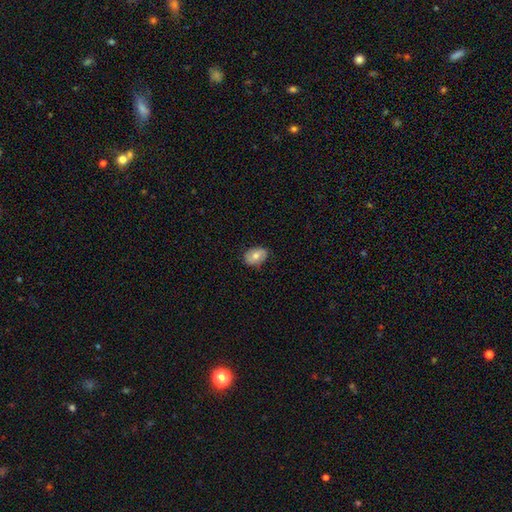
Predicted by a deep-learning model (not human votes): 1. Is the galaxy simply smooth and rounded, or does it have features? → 65% smooth, 28% featured or disk, 7% star or artifact.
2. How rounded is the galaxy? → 79% in between, 20% round, 1% cigar-shaped.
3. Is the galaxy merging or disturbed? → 80% none, 16% minor disturbance, 3% major disturbance, 1% merger.